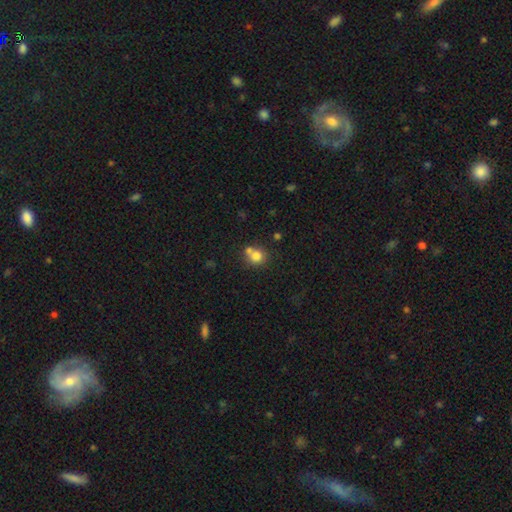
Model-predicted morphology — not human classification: smooth_or_featured: smooth (p=0.78) [alt: star or artifact p=0.11]
how_rounded: round (p=0.84) [alt: in between p=0.15]
merging: none (p=0.51) [alt: merger p=0.36]